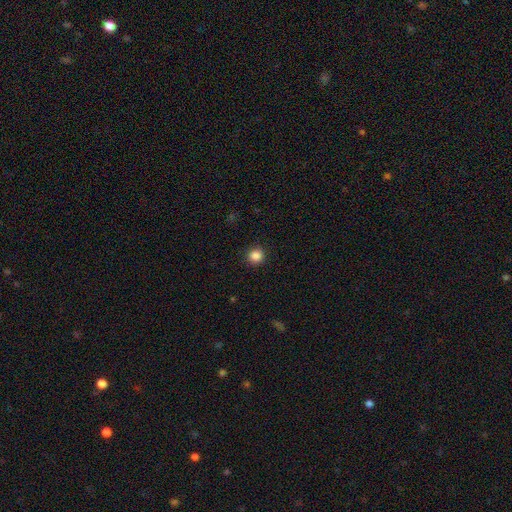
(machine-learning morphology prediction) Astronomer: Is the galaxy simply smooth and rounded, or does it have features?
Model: smooth — 86%.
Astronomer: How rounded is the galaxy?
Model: round — 94%.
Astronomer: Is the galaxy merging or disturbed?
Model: none — 92%.